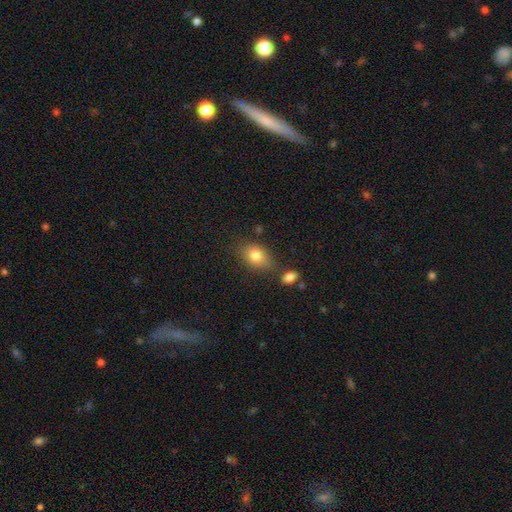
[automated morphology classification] This appears to be a smooth galaxy with no disk features (80%) that is in between round and cigar-shaped (74%). Merging: none (70%).